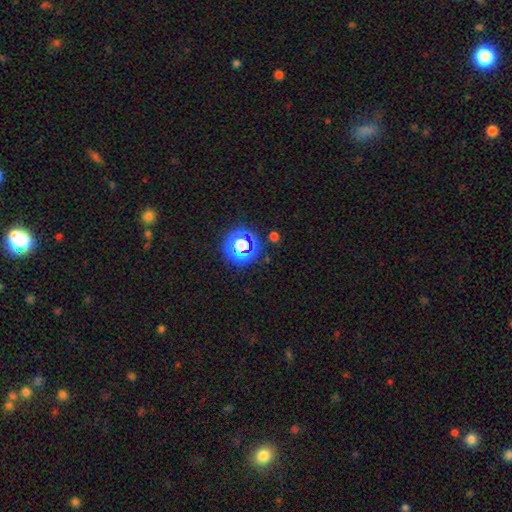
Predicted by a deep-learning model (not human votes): Smooth or featured?
  - star or artifact: 71% *
  - smooth: 22%
  - featured or disk: 7%